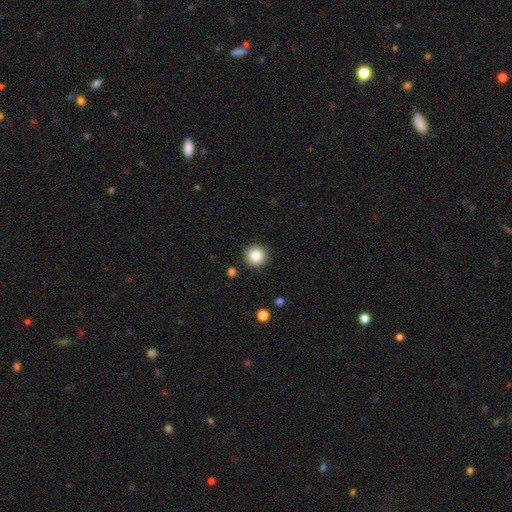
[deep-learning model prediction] The model was most divided on "smooth or featured": smooth: 84%, star or artifact: 10%, featured or disk: 6%. More confident: how rounded — round (95%); merging — none (91%).